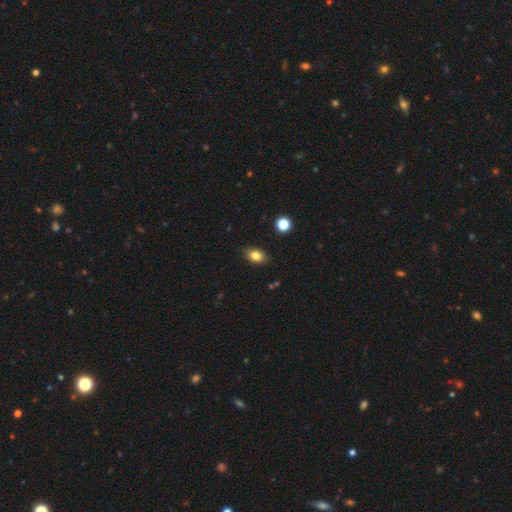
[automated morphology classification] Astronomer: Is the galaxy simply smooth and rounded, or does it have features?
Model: smooth — 82%.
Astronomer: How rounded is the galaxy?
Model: in between — 82%.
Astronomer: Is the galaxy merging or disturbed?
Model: none — 85%.